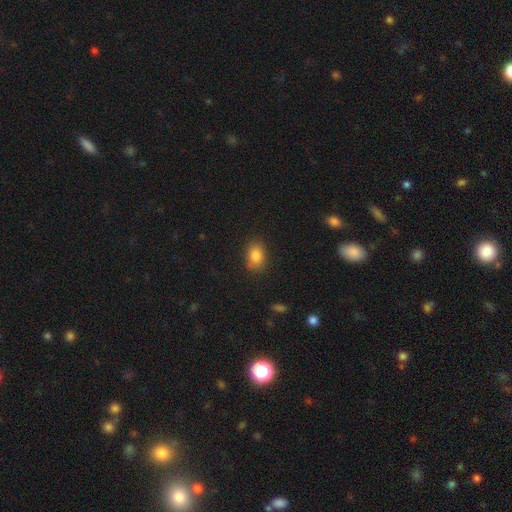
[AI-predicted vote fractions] The model was most divided on "how rounded": in between: 74%, round: 24%, cigar-shaped: 1%. More confident: smooth or featured — smooth (84%); merging — none (81%).